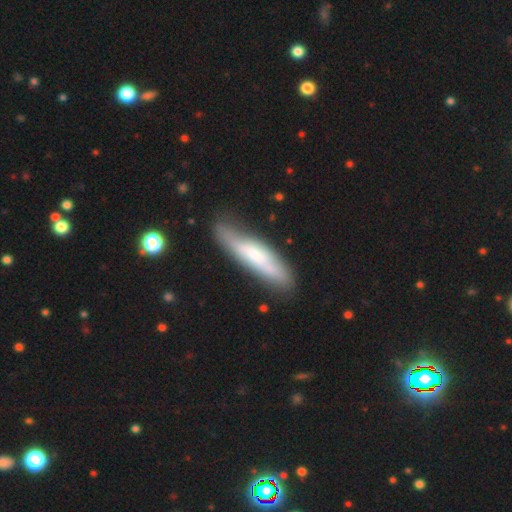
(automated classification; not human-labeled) This appears to be a smooth galaxy with no disk features (52%) that is cigar-shaped (75%). Merging: none (70%).